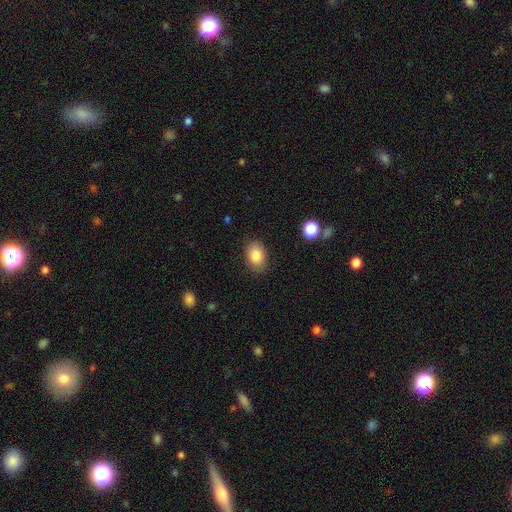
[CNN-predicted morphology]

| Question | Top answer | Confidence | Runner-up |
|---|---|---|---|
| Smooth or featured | smooth | 84% | star or artifact (8%) |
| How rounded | in between | 78% | round (21%) |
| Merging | none | 85% | minor disturbance (11%) |